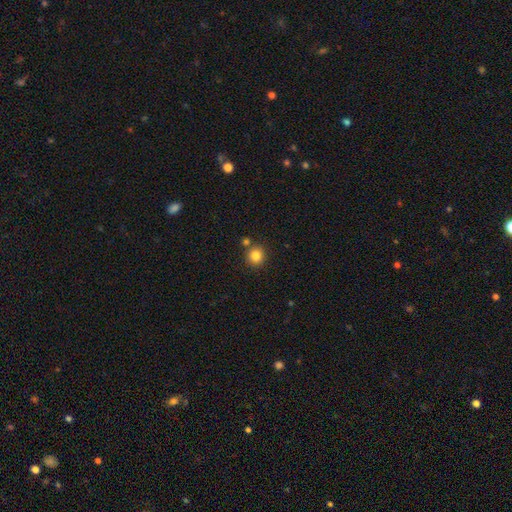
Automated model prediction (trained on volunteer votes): A smooth galaxy with no disk features (83%) that is round (91%).

Vote fractions:
- Smooth or featured? smooth: 83% / star or artifact: 11% / featured or disk: 5%
- How rounded? round: 91% / in between: 8% / cigar-shaped: 1%
- Merging? none: 80% / merger: 11% / minor disturbance: 7% / major disturbance: 2%